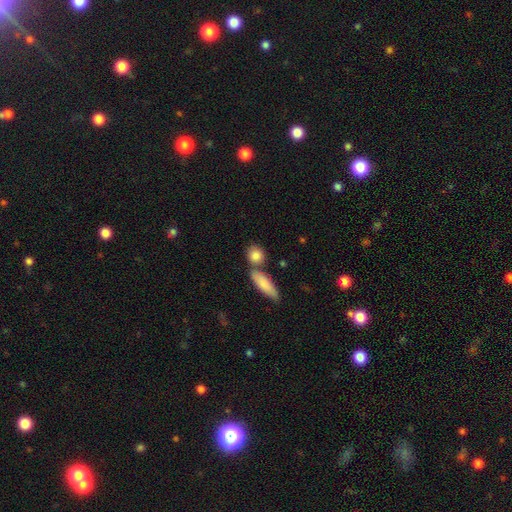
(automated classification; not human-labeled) Morphology: type=smooth (85%); roundness=round (57%); merging=none (61%).